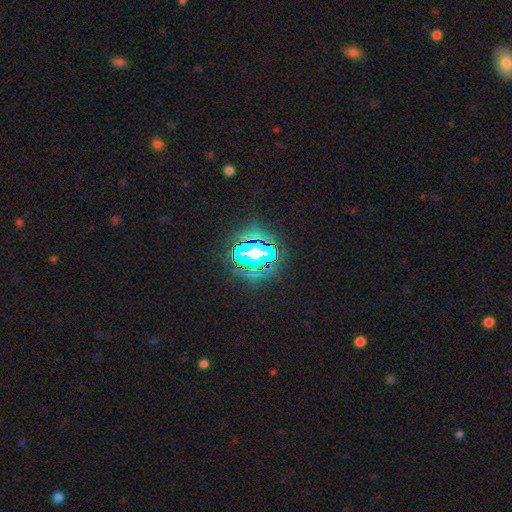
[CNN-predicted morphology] Smooth or featured? star or artifact (75%)